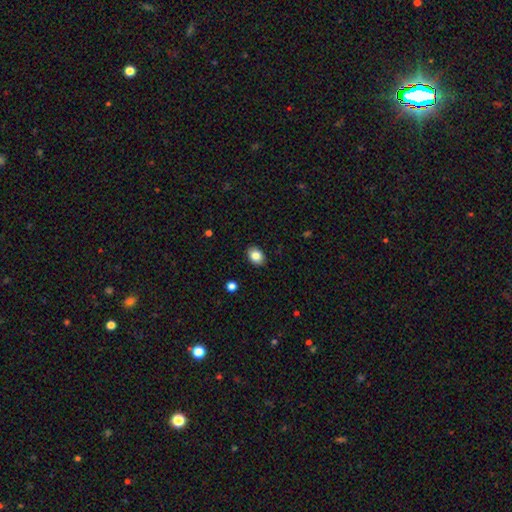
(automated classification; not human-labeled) Morphology: type=smooth (85%); roundness=in between (71%); merging=none (90%).